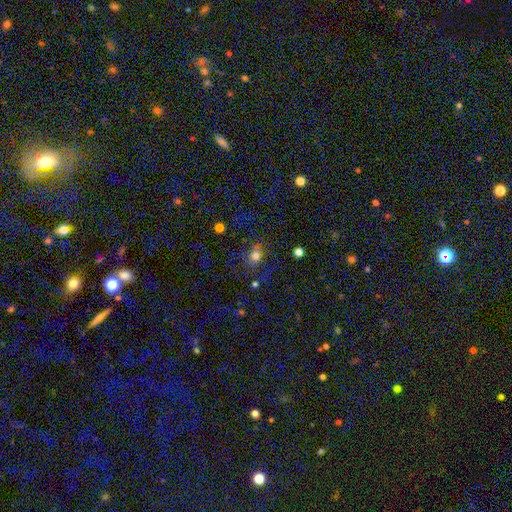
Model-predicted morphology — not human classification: This appears to be a smooth galaxy with no disk features (66%) that is round (55%). Merging: none (66%).